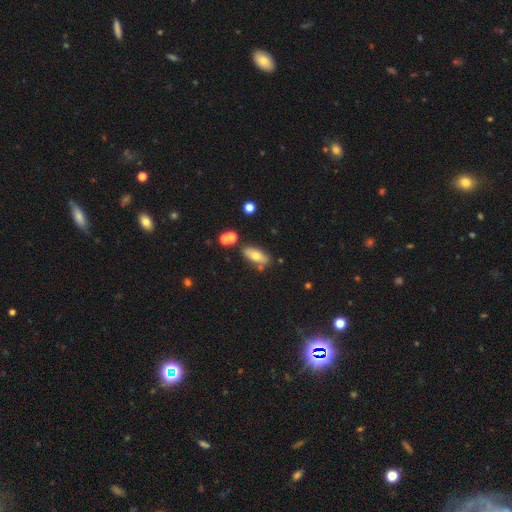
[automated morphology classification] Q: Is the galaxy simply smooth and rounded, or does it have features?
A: smooth — 63%.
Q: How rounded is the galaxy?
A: in between — 79%.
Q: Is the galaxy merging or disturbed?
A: none — 73%.